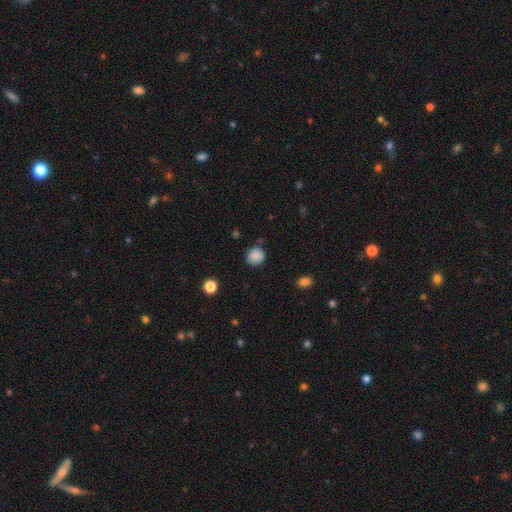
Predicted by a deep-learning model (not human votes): Q: Smooth or featured?
A: smooth (86%); runner-up: star or artifact (9%)
Q: How rounded?
A: round (88%); runner-up: in between (12%)
Q: Merging?
A: none (81%); runner-up: minor disturbance (14%)